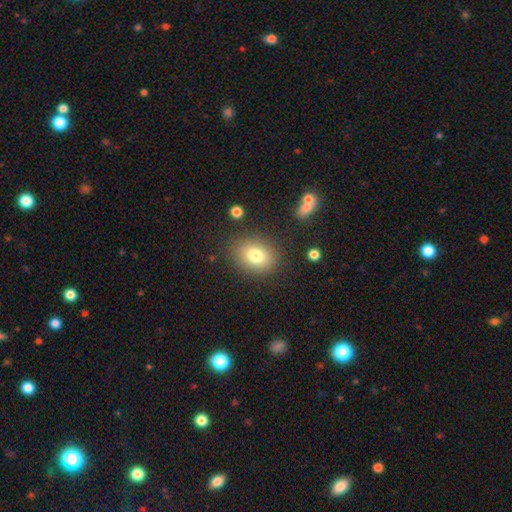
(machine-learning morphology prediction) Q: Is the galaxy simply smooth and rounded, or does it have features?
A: smooth — 78%.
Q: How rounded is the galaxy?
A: in between — 53%.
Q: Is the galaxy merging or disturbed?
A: none — 84%.